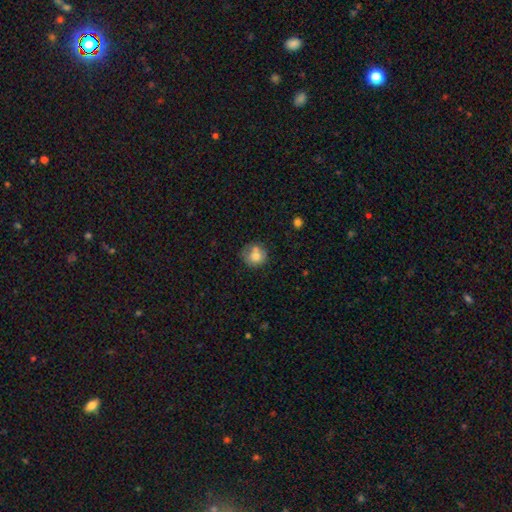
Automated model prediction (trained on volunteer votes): This appears to be a smooth galaxy with no disk features (73%) that is round (81%). Merging: none (55%).